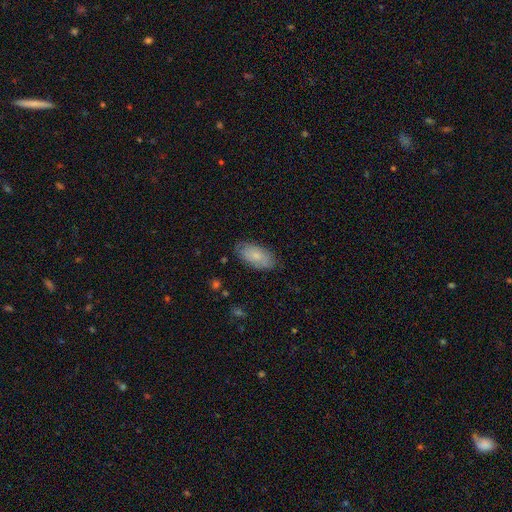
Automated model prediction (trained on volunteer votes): Overall: smooth (70%). How rounded: in between (93%). Merging: none (80%).